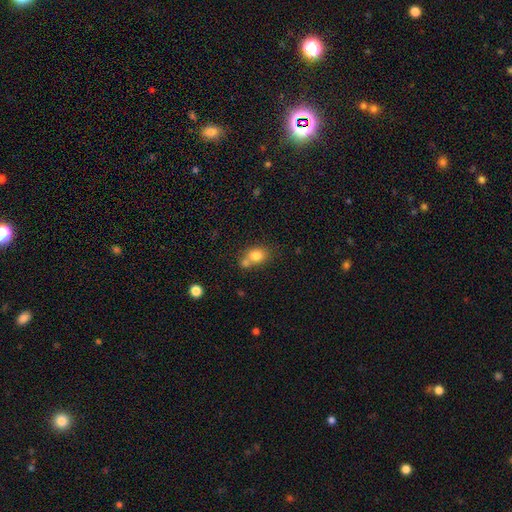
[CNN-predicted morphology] This is clearly a smooth galaxy (80%). How rounded: possibly in between (53%). Merging: possibly none (45%).